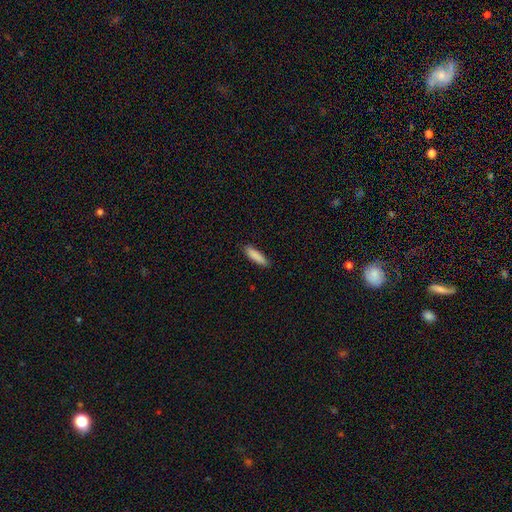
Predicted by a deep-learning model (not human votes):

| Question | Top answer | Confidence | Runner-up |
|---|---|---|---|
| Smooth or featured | smooth | 88% | star or artifact (6%) |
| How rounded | cigar-shaped | 70% | in between (29%) |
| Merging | none | 86% | minor disturbance (11%) |